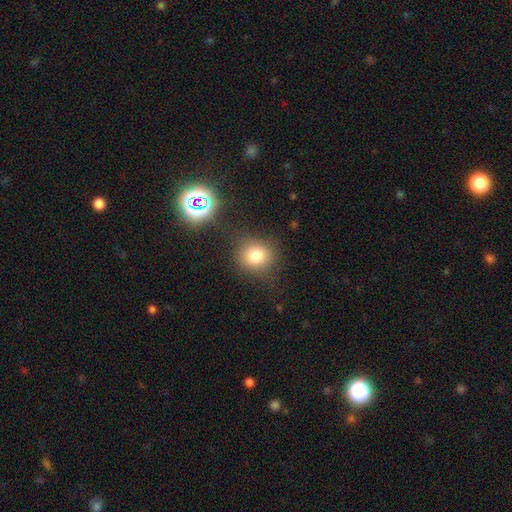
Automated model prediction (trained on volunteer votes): Morphology: type=smooth (77%); roundness=round (82%); merging=none (79%).